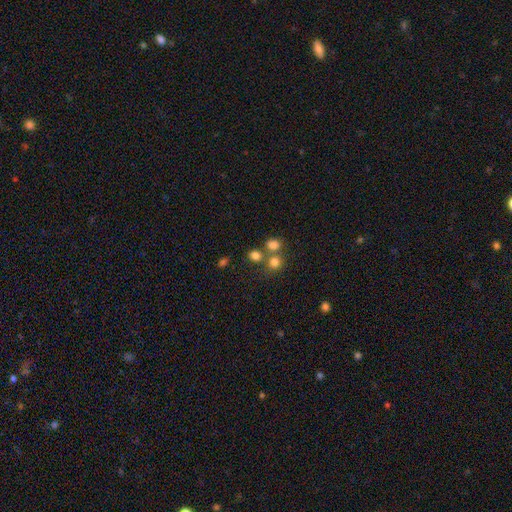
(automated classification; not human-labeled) Smooth or featured?
  - smooth: 76% *
  - star or artifact: 16%
  - featured or disk: 8%
How rounded?
  - round: 73% *
  - in between: 26%
  - cigar-shaped: 1%
Merging?
  - none: 58% *
  - merger: 30%
  - minor disturbance: 8%
  - major disturbance: 4%